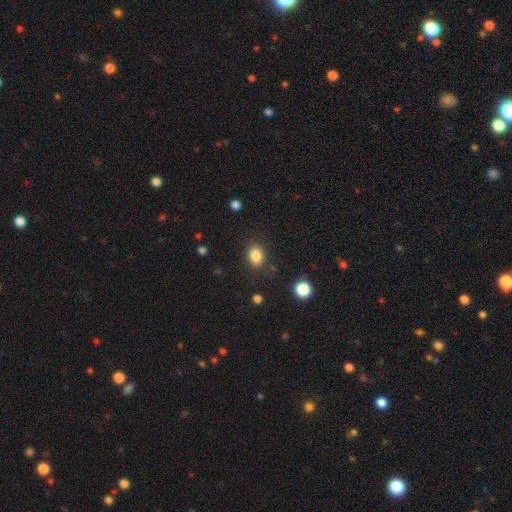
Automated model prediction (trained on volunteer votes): The model was most divided on "how rounded": in between: 60%, round: 39%, cigar-shaped: 1%. More confident: smooth or featured — smooth (85%); merging — none (83%).